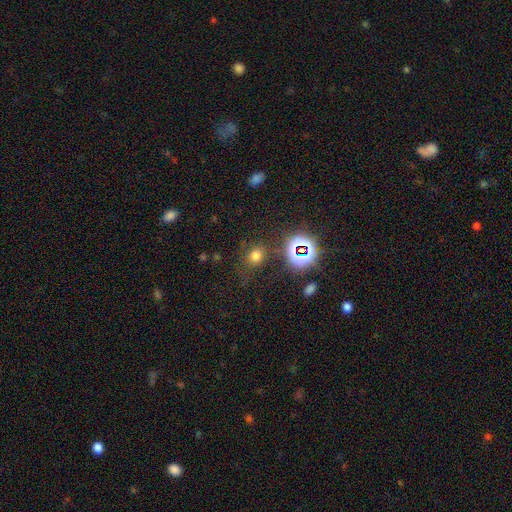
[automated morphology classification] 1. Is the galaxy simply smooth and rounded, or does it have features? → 65% smooth, 27% star or artifact, 7% featured or disk.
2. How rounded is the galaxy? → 74% round, 25% in between, 1% cigar-shaped.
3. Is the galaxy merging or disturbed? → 76% none, 13% minor disturbance, 6% major disturbance, 4% merger.